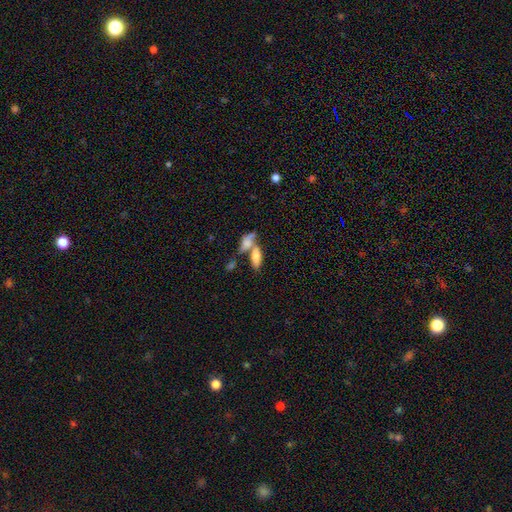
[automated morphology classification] type=smooth (73%); roundness=in between (77%); merging=merger (54%).